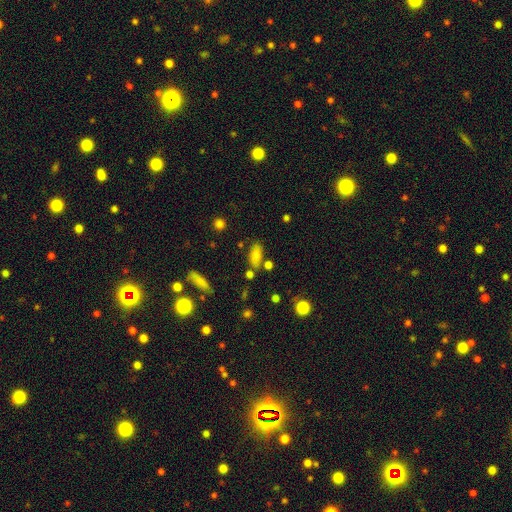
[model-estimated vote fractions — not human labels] This is clearly a smooth galaxy (80%). How rounded: clearly in between (82%). Merging: likely none (67%).